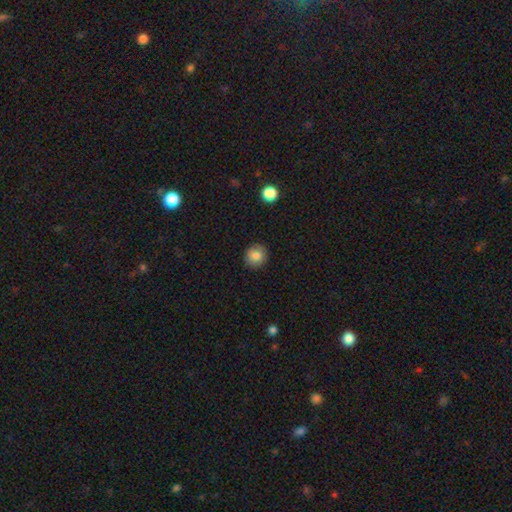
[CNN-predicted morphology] Smooth or featured? Predicted: smooth (p=0.82). How rounded? Predicted: round (p=0.90). Merging? Predicted: none (p=0.90).